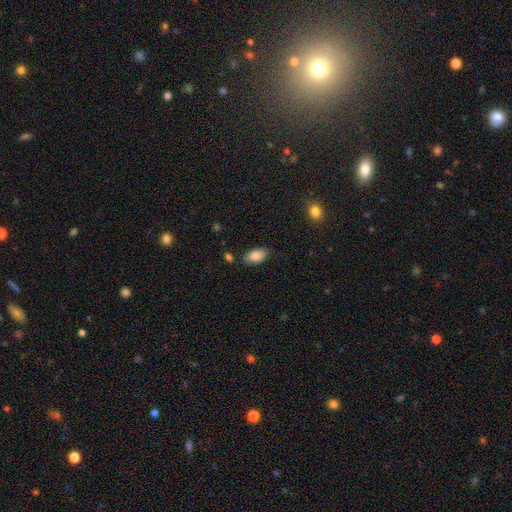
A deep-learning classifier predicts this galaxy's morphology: A smooth galaxy with no disk features (84%) that is in between round and cigar-shaped (93%). Merging: none (80%).